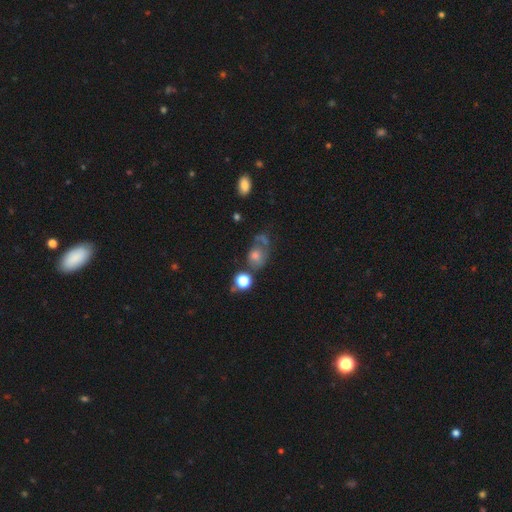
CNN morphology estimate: smooth 52%, featured or disk 27%, star or artifact 21%. Down the decision tree: how rounded — round (49%, tied with in between); merging — none (41%).